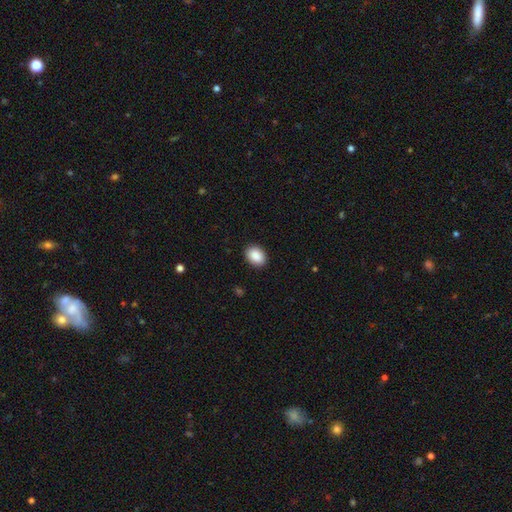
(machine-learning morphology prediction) A smooth galaxy with no disk features (90%) that is in between round and cigar-shaped (71%).

Vote fractions:
- Smooth or featured? smooth: 90% / star or artifact: 7% / featured or disk: 3%
- How rounded? in between: 71% / round: 28% / cigar-shaped: 1%
- Merging? none: 90% / minor disturbance: 7% / major disturbance: 2% / merger: 1%